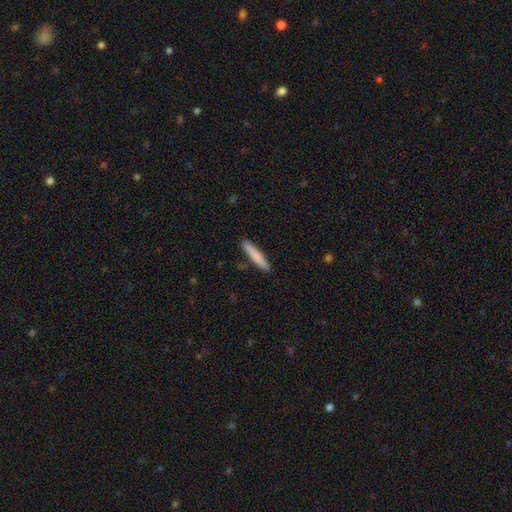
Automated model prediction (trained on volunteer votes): This appears to be a smooth galaxy with no disk features (80%) that is cigar-shaped (93%). Merging: none (89%).